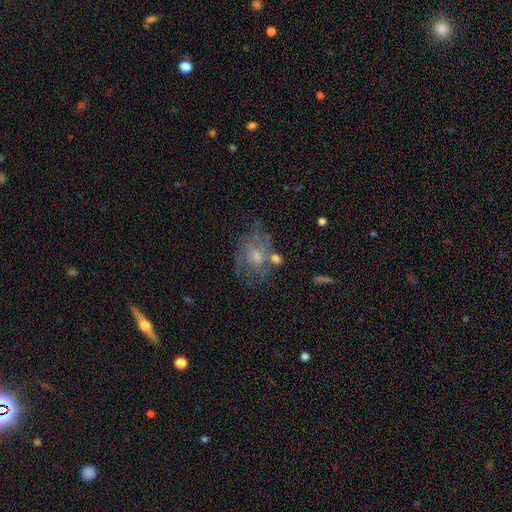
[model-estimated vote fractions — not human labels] smooth-or-featured: featured or disk: 62% | smooth: 24% | star or artifact: 14%
  disk-edge-on: no: 96% | yes: 4%
    bar: no: 69% | weak: 27% | strong: 4%
    has-spiral-arms: yes: 68% | no: 32%
    bulge-size: moderate: 44% | small: 42% | none: 8% | large: 4% | dominant: 1%
  merging: none: 58% | minor disturbance: 20% | major disturbance: 14% | merger: 8%